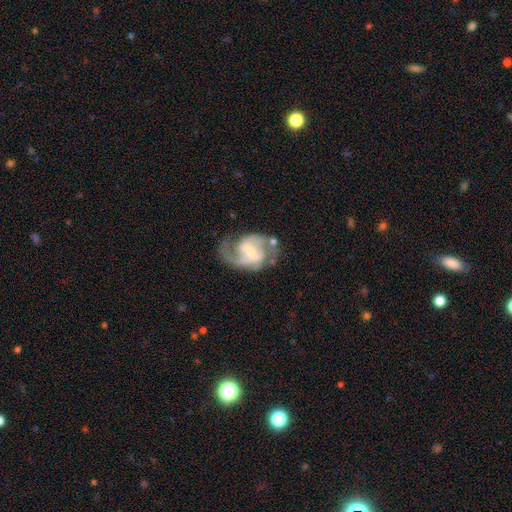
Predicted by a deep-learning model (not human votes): A featured or disk galaxy (85%) with a weak bar (51%), 2 (82%) medium (54%) spiral arms (94%) and a small central bulge (53%).

Vote fractions:
- Smooth or featured? featured or disk: 85% / smooth: 9% / star or artifact: 5%
- Edge-on disk? no: 97% / yes: 3%
- Bar? weak: 51% / strong: 27% / no: 22%
- Spiral arms? yes: 94% / no: 6%
- Spiral winding? medium: 54% / loose: 29% / tight: 17%
- Spiral arm count? 2: 82% / 1: 7% / can't tell: 6% / 3: 3% / 4: 1% / more than 4: 1%
- Bulge size? small: 53% / moderate: 29% / none: 12% / large: 5% / dominant: 1%
- Merging? none: 58% / minor disturbance: 19% / major disturbance: 18% / merger: 5%